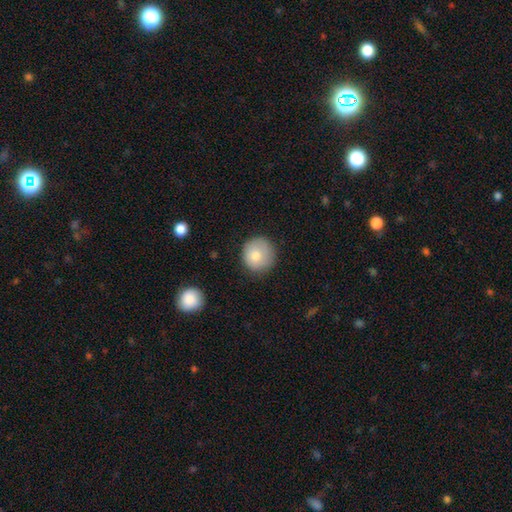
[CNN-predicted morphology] Smooth or featured? smooth (80%)
How rounded? round (92%)
Merging? none (82%)